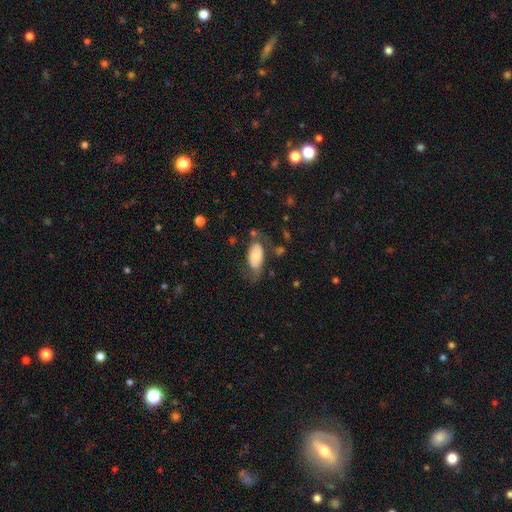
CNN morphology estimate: A smooth galaxy with no disk features (63%) that is in between round and cigar-shaped (92%).

Vote fractions:
- Smooth or featured? smooth: 63% / featured or disk: 31% / star or artifact: 7%
- How rounded? in between: 92% / cigar-shaped: 4% / round: 4%
- Merging? none: 50% / minor disturbance: 26% / major disturbance: 19% / merger: 5%